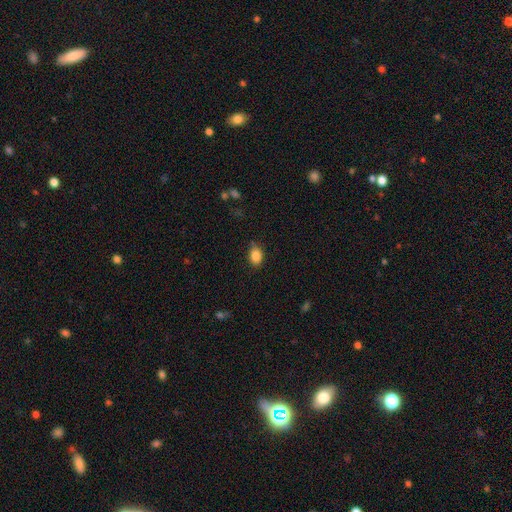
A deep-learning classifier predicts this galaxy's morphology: A smooth galaxy with no disk features (86%) that is in between round and cigar-shaped (77%).

Vote fractions:
- Smooth or featured? smooth: 86% / star or artifact: 9% / featured or disk: 5%
- How rounded? in between: 77% / round: 21% / cigar-shaped: 1%
- Merging? none: 77% / minor disturbance: 18% / major disturbance: 4% / merger: 2%